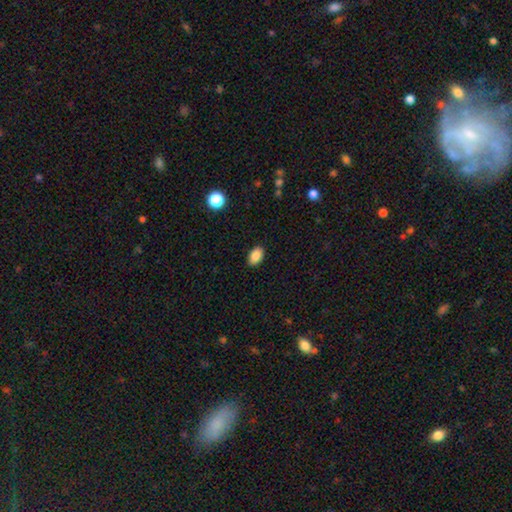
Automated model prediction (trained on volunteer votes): smooth 88%, star or artifact 8%, featured or disk 3%. Down the decision tree: how rounded — in between (90%); merging — none (88%).